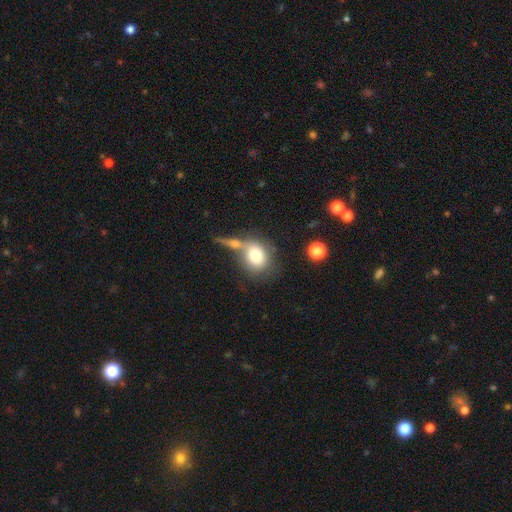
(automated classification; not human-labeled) Smooth or featured?
  - smooth: 77% *
  - featured or disk: 15%
  - star or artifact: 8%
How rounded?
  - round: 60% *
  - in between: 38%
  - cigar-shaped: 2%
Merging?
  - none: 45% *
  - merger: 35%
  - minor disturbance: 13%
  - major disturbance: 7%